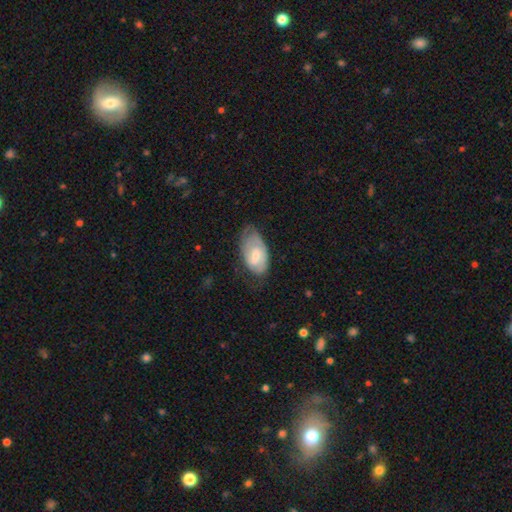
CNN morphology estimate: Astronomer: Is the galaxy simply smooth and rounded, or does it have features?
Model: featured or disk — 48% (runner-up: smooth, 46%).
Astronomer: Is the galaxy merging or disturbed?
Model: none — 50% (runner-up: minor disturbance, 35%).